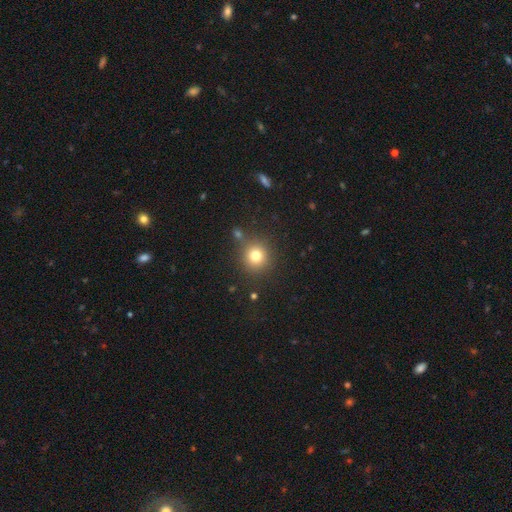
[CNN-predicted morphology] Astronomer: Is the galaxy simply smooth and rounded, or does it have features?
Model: smooth — 78%.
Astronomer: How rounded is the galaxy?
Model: round — 93%.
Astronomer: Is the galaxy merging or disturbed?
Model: none — 83%.